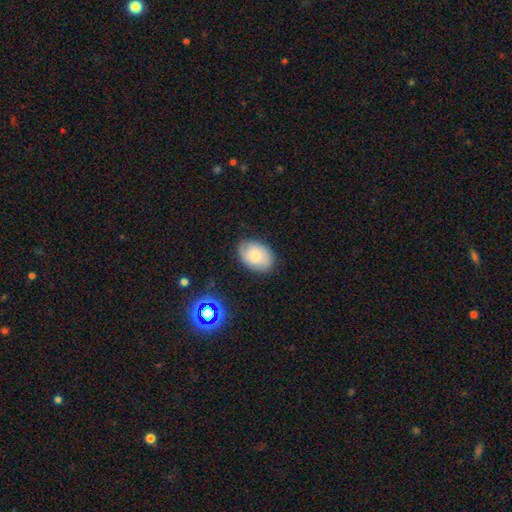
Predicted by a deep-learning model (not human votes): This appears to be a smooth galaxy with no disk features (68%) that is in between round and cigar-shaped (81%). Merging: none (79%).